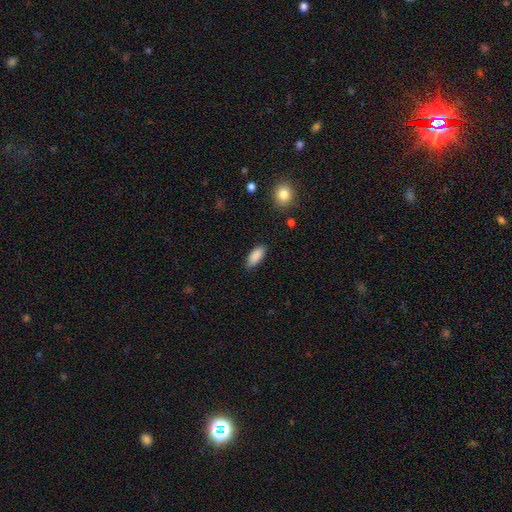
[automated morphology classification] smooth 88%, star or artifact 7%, featured or disk 5%. Down the decision tree: how rounded — in between (82%); merging — none (84%).